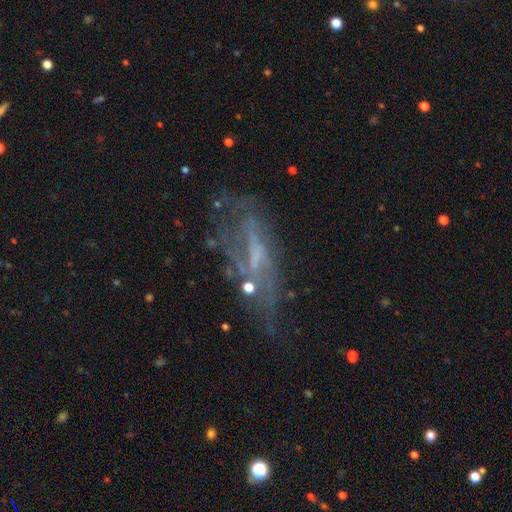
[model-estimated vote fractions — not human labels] A featured or disk galaxy (63%).

Vote fractions:
- Smooth or featured? featured or disk: 63% / smooth: 23% / star or artifact: 14%
- Edge-on disk? no: 75% / yes: 25%
- Merging? none: 44% / major disturbance: 27% / minor disturbance: 23% / merger: 6%